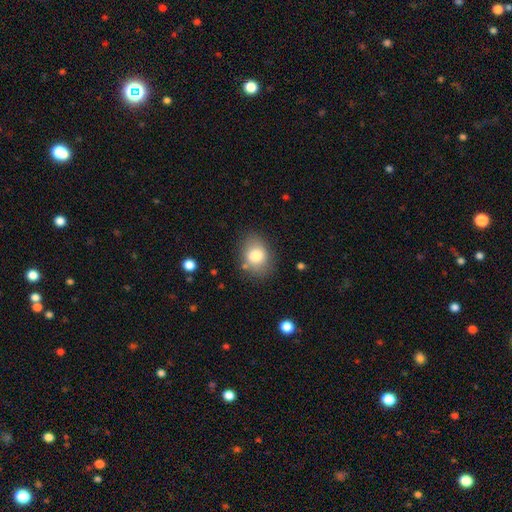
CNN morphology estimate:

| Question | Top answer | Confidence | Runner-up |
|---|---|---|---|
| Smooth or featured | smooth | 79% | featured or disk (12%) |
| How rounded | in between | 67% | round (32%) |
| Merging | none | 76% | minor disturbance (16%) |